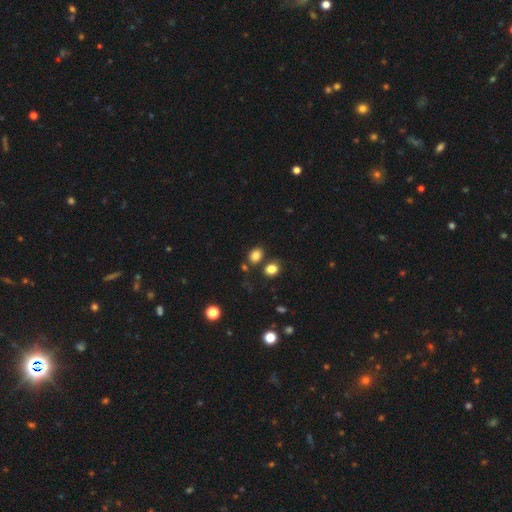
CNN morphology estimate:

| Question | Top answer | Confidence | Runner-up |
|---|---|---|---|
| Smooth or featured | smooth | 83% | star or artifact (12%) |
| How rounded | in between | 61% | round (38%) |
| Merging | none | 72% | merger (13%) |